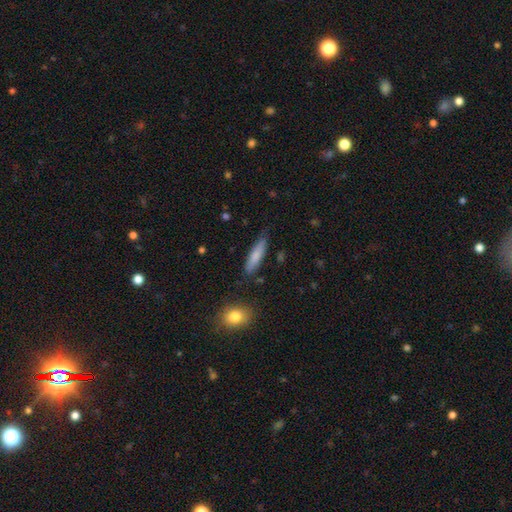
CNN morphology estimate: The model was most divided on "how rounded": cigar-shaped: 72%, in between: 26%, round: 2%. More confident: merging — none (79%); smooth or featured — smooth (79%).